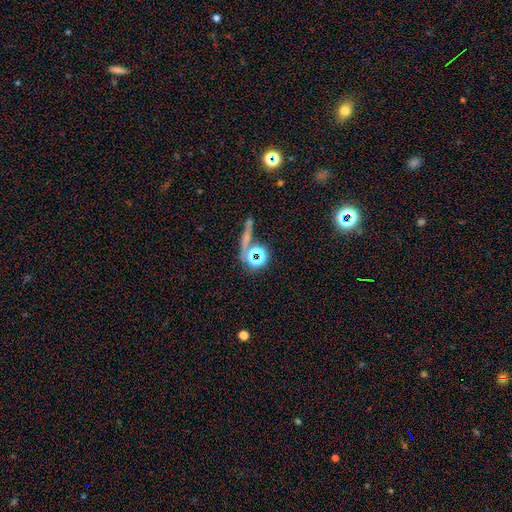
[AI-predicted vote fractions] smooth-or-featured: star or artifact: 50% | smooth: 35% | featured or disk: 15%